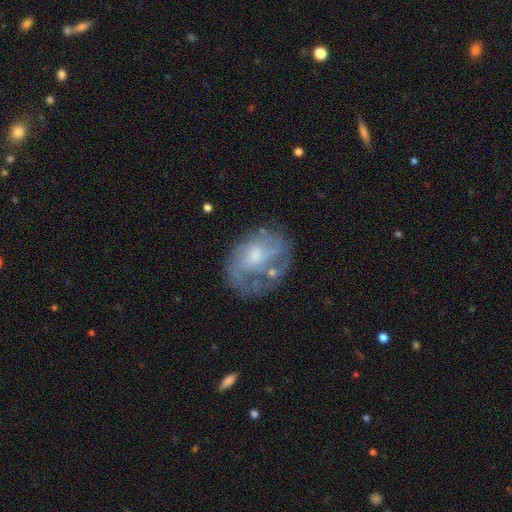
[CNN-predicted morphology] The model was most divided on "bulge size": moderate: 43%, small: 38%, none: 12%, large: 5%, dominant: 1%. More confident: edge-on disk — no (97%); spiral arms — yes (69%); smooth or featured — featured or disk (68%); bar — no (62%); merging — none (50%).